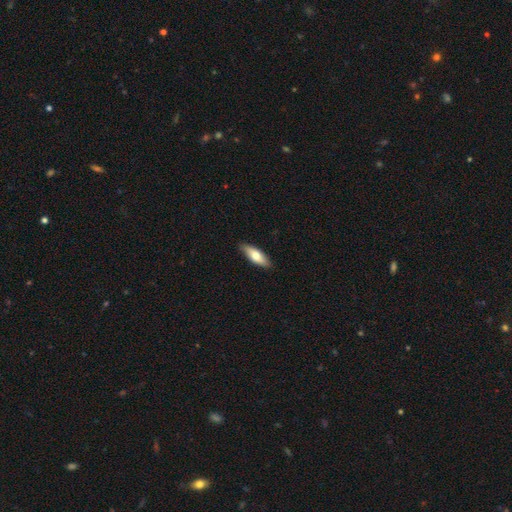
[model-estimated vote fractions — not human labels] Smooth or featured? smooth (70%)
How rounded? in between (65%)
Merging? none (87%)